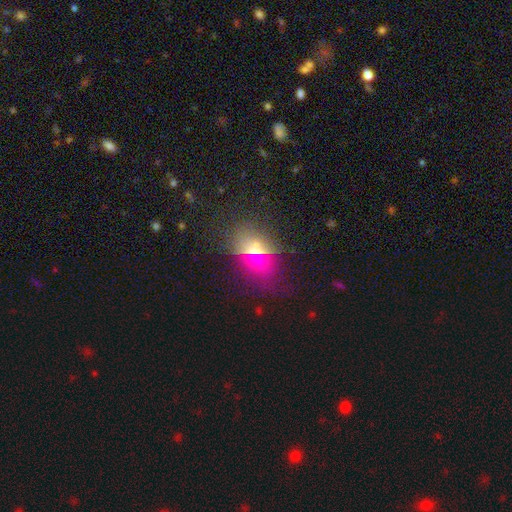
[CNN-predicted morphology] A smooth galaxy with no disk features (56%) that is in between round and cigar-shaped (68%). Merging: none (76%).